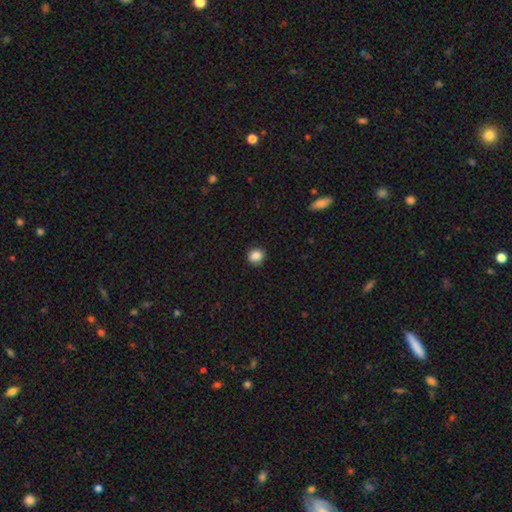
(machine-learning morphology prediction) Overall: smooth (87%). How rounded: round (79%). Merging: none (89%).